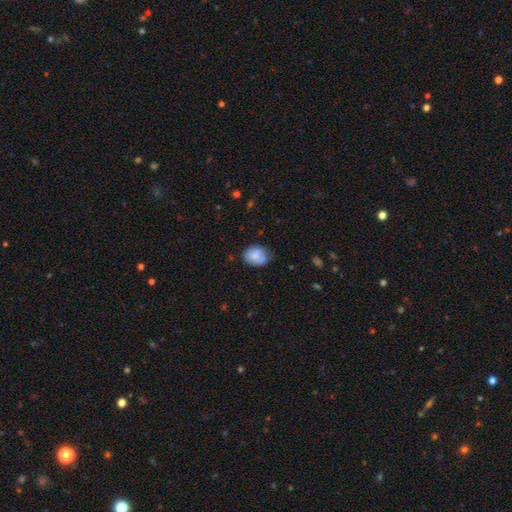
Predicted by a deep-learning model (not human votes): smooth_or_featured: smooth (p=0.72) [alt: featured or disk p=0.20]
how_rounded: in between (p=0.61) [alt: round p=0.38]
merging: none (p=0.56) [alt: minor disturbance p=0.27]